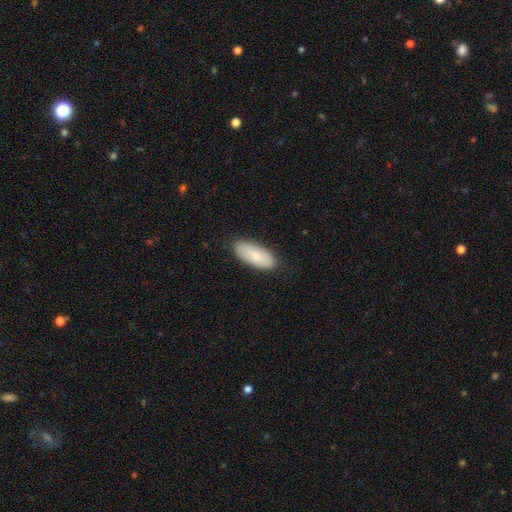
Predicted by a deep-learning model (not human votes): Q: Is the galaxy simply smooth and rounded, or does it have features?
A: smooth — 76%.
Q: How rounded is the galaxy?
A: in between — 84%.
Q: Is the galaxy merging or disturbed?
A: none — 85%.